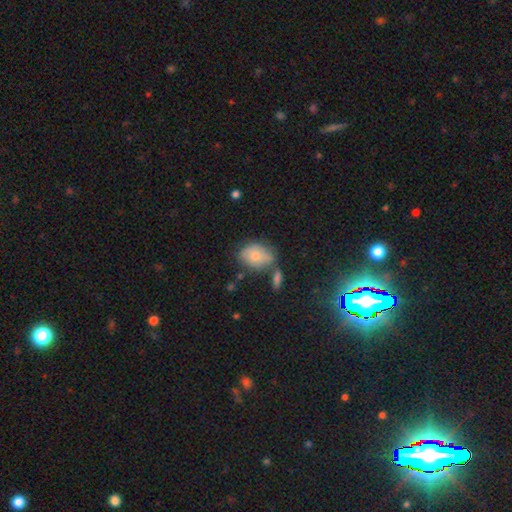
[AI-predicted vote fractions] Smooth or featured? Predicted: smooth (p=0.73). How rounded? Predicted: in between (p=0.72). Merging? Predicted: none (p=0.49).